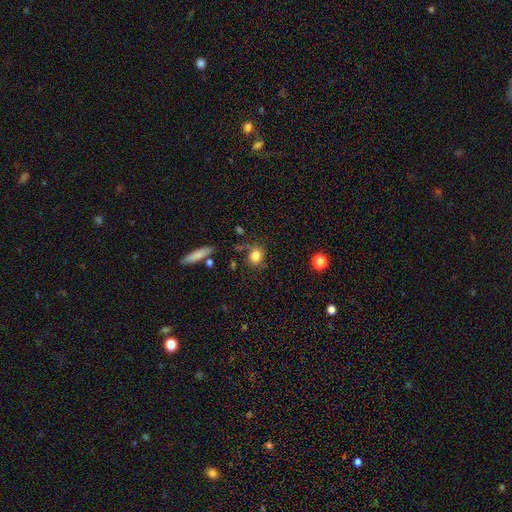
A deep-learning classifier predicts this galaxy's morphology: Smooth or featured? smooth (82%)
How rounded? round (64%)
Merging? none (71%)